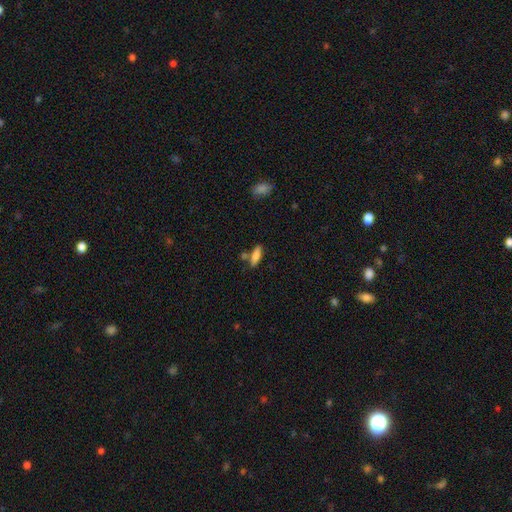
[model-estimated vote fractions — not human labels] This is likely a smooth galaxy (75%). How rounded: possibly cigar-shaped (57%). Merging: likely none (69%).